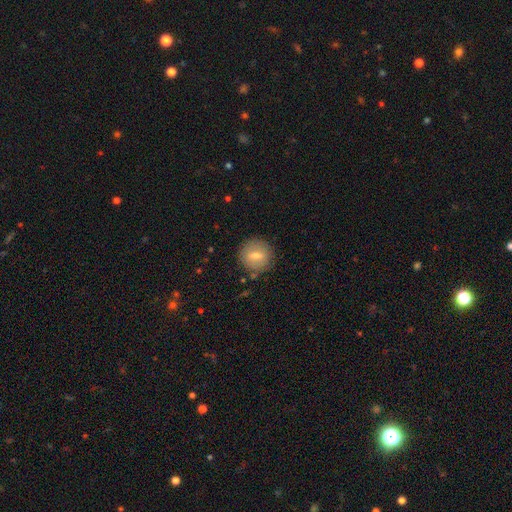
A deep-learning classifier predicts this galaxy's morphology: Q: Smooth or featured?
A: smooth (65%); runner-up: featured or disk (26%)
Q: How rounded?
A: round (87%); runner-up: in between (11%)
Q: Merging?
A: none (84%); runner-up: minor disturbance (10%)